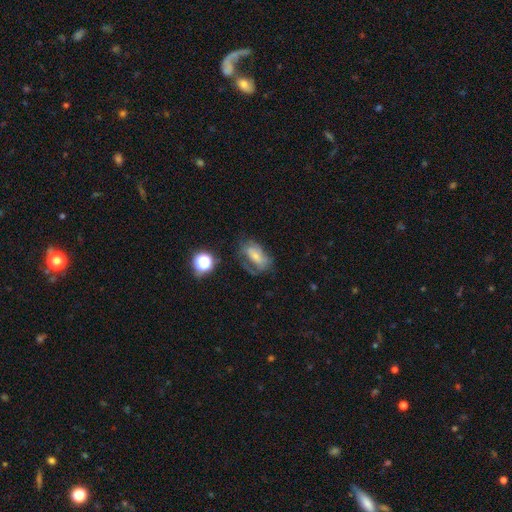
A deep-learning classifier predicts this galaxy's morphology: smooth-or-featured: smooth: 46% | featured or disk: 42% | star or artifact: 12%
  merging: none: 41% | major disturbance: 28% | minor disturbance: 27% | merger: 4%